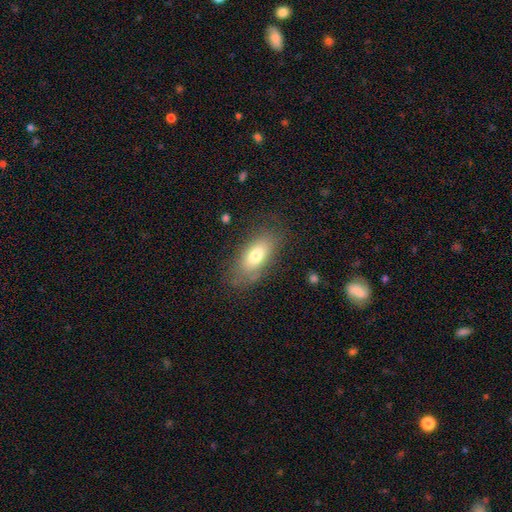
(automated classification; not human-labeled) Q: Smooth or featured?
A: smooth (72%); runner-up: featured or disk (20%)
Q: How rounded?
A: in between (86%); runner-up: cigar-shaped (10%)
Q: Merging?
A: none (74%); runner-up: minor disturbance (18%)